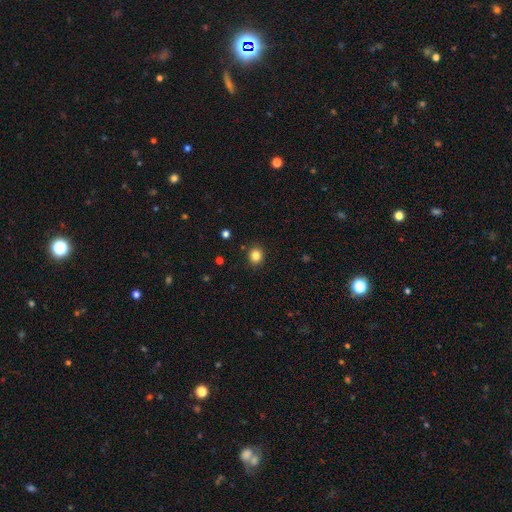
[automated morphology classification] Smooth or featured?
  - smooth: 84% *
  - star or artifact: 11%
  - featured or disk: 4%
How rounded?
  - round: 79% *
  - in between: 20%
  - cigar-shaped: 1%
Merging?
  - none: 90% *
  - minor disturbance: 7%
  - major disturbance: 2%
  - merger: 1%